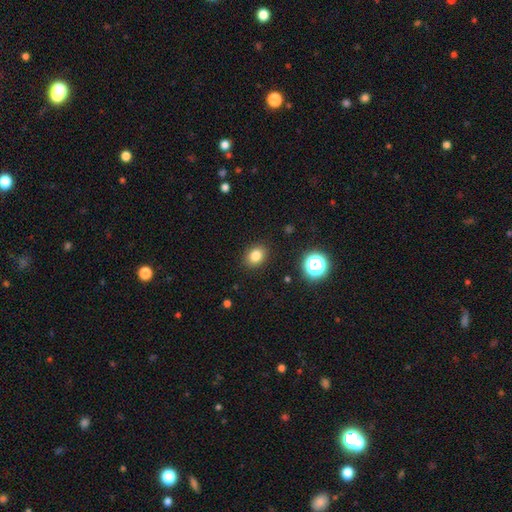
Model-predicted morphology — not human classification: Smooth or featured? smooth (82%)
How rounded? in between (54%)
Merging? none (89%)